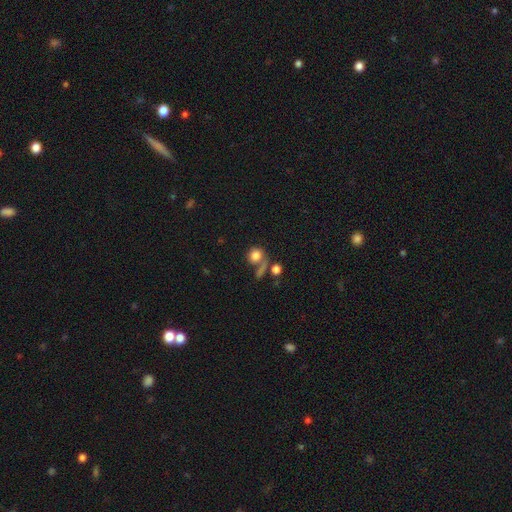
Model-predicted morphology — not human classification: Smooth or featured? smooth (79%)
How rounded? round (83%)
Merging? none (54%)